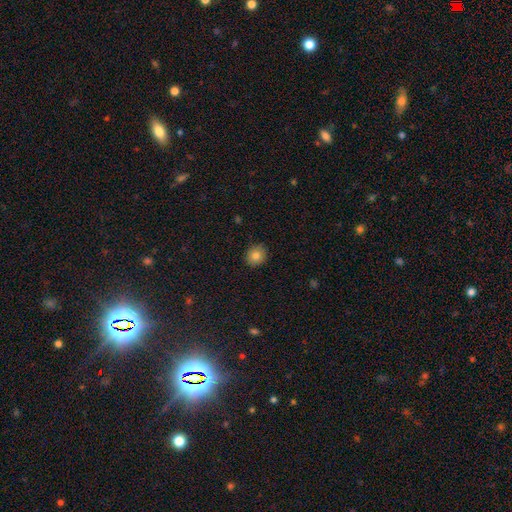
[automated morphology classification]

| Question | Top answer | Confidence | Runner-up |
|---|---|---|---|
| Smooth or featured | smooth | 82% | star or artifact (10%) |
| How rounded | round | 85% | in between (14%) |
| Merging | none | 90% | minor disturbance (7%) |